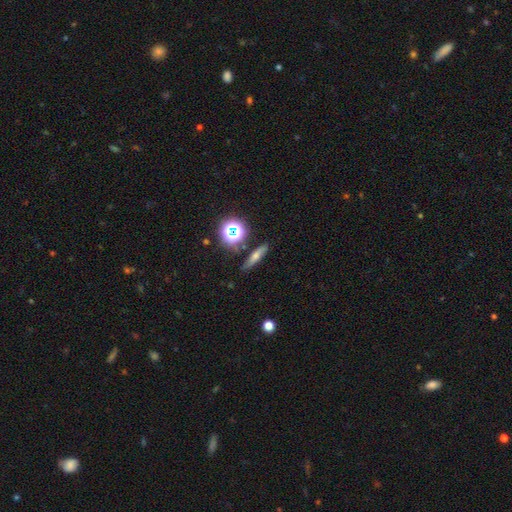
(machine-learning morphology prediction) Q: Smooth or featured?
A: smooth (44%); runner-up: featured or disk (38%)
Q: Merging?
A: none (83%); runner-up: minor disturbance (10%)